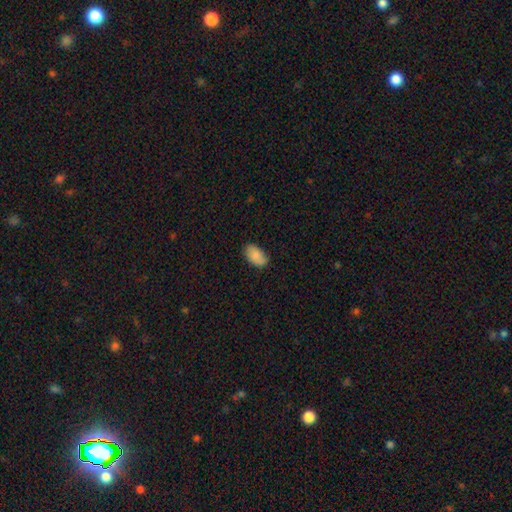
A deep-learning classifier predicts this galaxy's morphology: Smooth or featured? smooth (85%)
How rounded? in between (94%)
Merging? none (78%)